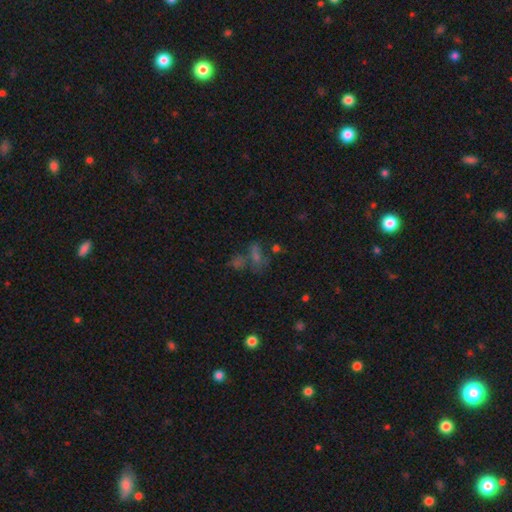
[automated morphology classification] star or artifact 41%, smooth 38%, featured or disk 20%.